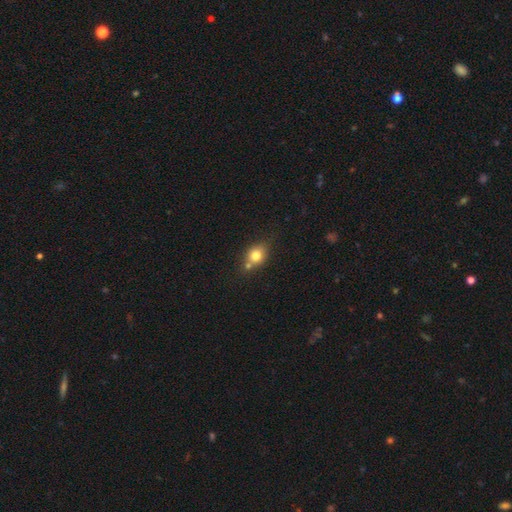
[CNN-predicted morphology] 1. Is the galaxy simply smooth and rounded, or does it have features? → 77% smooth, 12% featured or disk, 10% star or artifact.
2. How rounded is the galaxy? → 59% round, 39% in between, 2% cigar-shaped.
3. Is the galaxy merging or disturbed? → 54% none, 27% merger, 15% minor disturbance, 4% major disturbance.